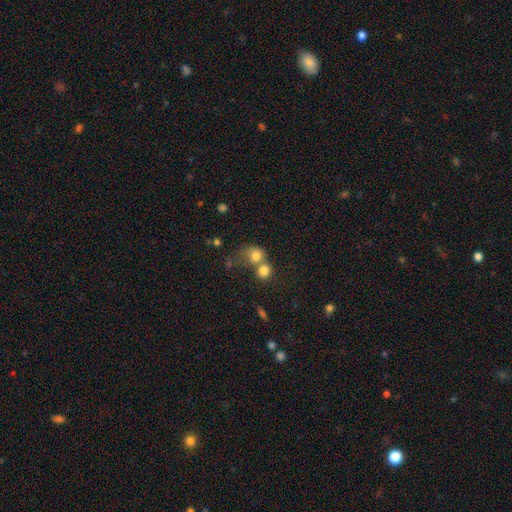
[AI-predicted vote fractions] smooth-or-featured: smooth: 78% | featured or disk: 11% | star or artifact: 11%
  how-rounded: round: 69% | in between: 30% | cigar-shaped: 1%
  merging: merger: 57% | none: 28% | minor disturbance: 9% | major disturbance: 7%